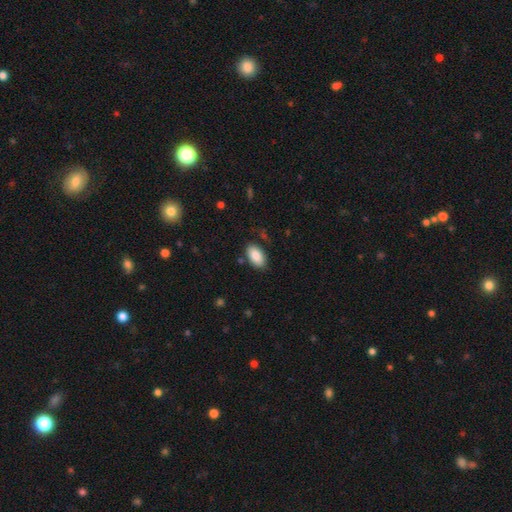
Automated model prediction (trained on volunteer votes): A smooth galaxy with no disk features (87%) that is in between round and cigar-shaped (95%). Merging: none (84%).